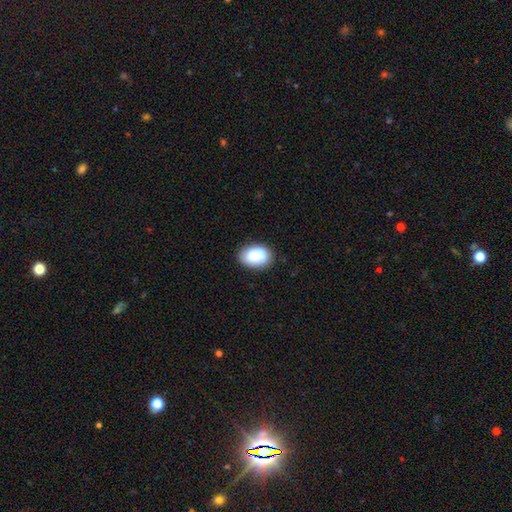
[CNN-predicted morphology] Smooth or featured? Predicted: smooth (p=0.87). How rounded? Predicted: in between (p=0.82). Merging? Predicted: none (p=0.83).